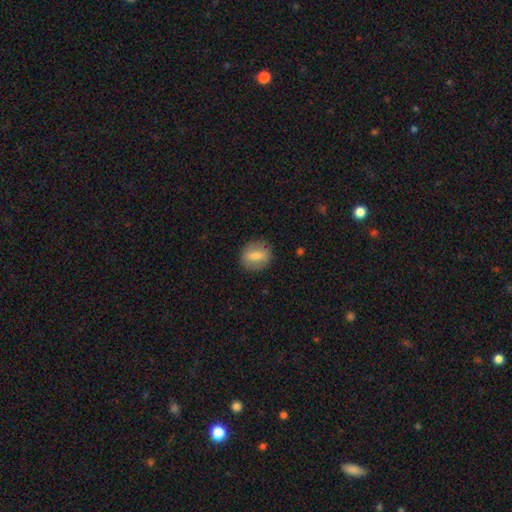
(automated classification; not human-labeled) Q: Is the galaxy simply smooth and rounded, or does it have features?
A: smooth — 64%.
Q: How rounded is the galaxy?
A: round — 60%.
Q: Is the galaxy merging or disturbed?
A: none — 86%.